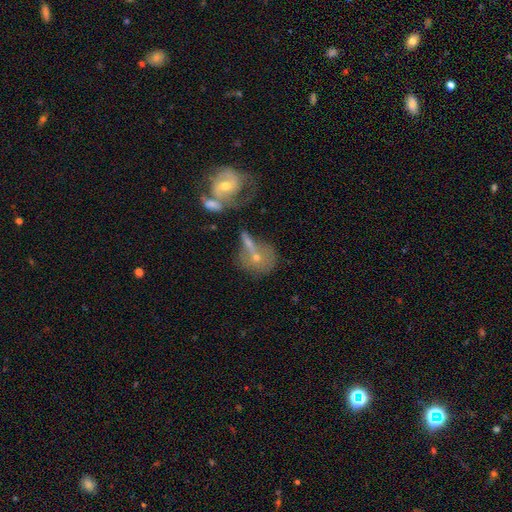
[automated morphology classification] Overall: featured or disk (46%; smooth 42%). Merging: merger (43%; none 30%).